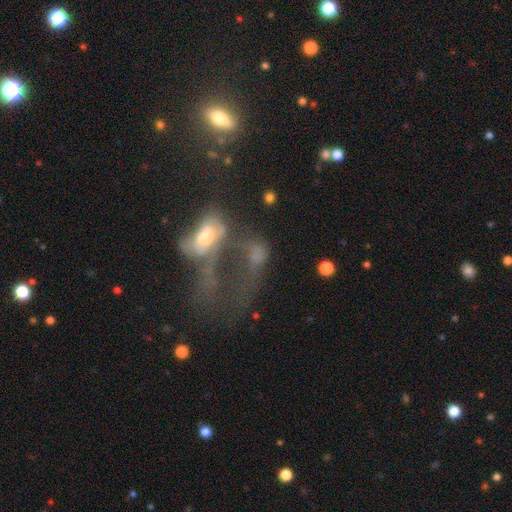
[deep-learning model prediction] A featured or disk galaxy (46%).

Vote fractions:
- Smooth or featured? featured or disk: 46% / smooth: 37% / star or artifact: 17%
- Merging? merger: 42% / major disturbance: 39% / none: 12% / minor disturbance: 7%